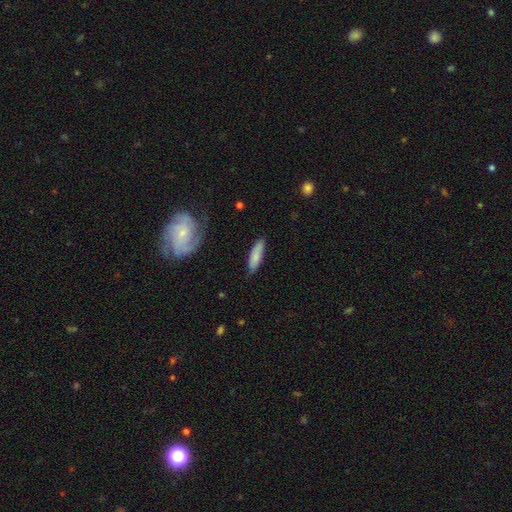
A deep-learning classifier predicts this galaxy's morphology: This appears to be a smooth galaxy with no disk features (79%) that is cigar-shaped (64%). Merging: none (80%).